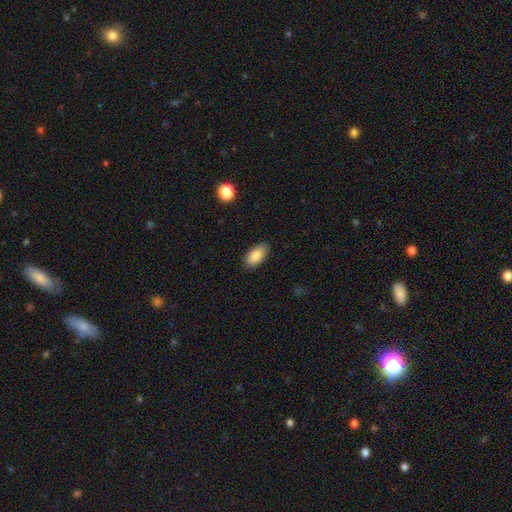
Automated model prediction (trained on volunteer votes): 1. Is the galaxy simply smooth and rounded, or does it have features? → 86% smooth, 7% featured or disk, 7% star or artifact.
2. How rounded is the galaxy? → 94% in between, 3% cigar-shaped, 3% round.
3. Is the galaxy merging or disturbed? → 87% none, 10% minor disturbance, 2% major disturbance, 1% merger.